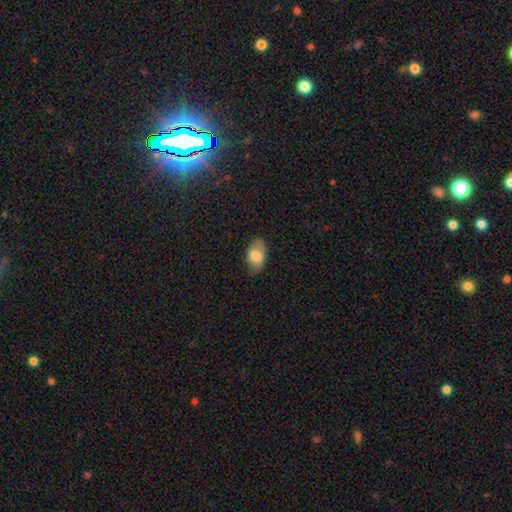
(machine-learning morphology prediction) Q: Smooth or featured?
A: smooth (77%); runner-up: featured or disk (16%)
Q: How rounded?
A: in between (91%); runner-up: round (6%)
Q: Merging?
A: none (76%); runner-up: minor disturbance (19%)